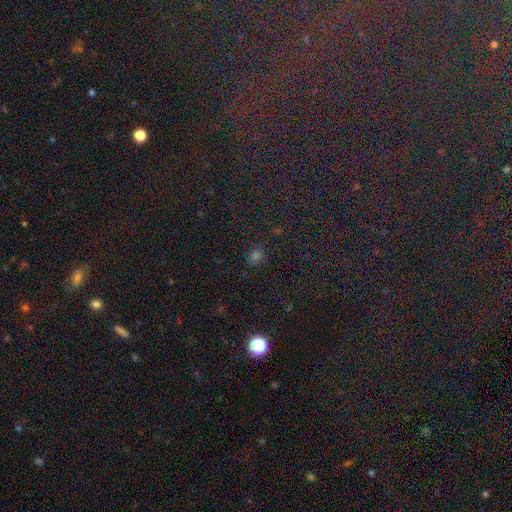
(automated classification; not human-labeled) smooth 63%, star or artifact 31%, featured or disk 6%. Down the decision tree: how rounded — round (61%); merging — none (82%).